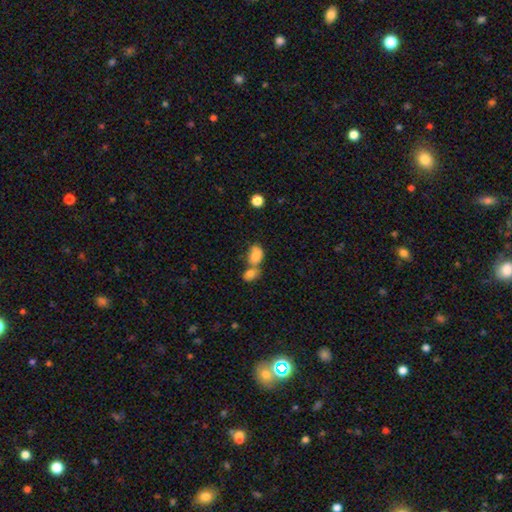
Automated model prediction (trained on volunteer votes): A smooth galaxy with no disk features (75%) that is in between round and cigar-shaped (73%). Merging: merger (57%).